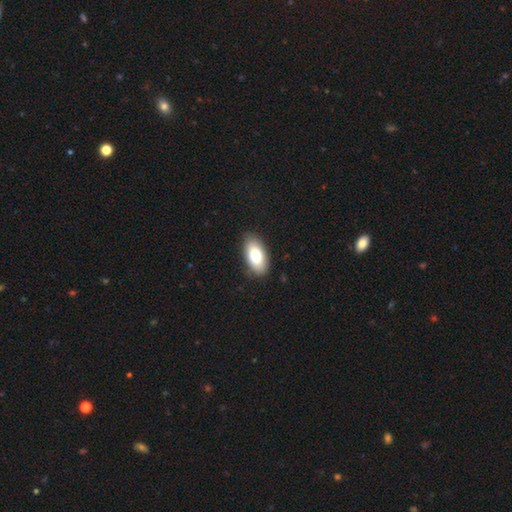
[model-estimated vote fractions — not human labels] This is likely a smooth galaxy (78%). How rounded: clearly in between (93%). Merging: clearly none (87%).